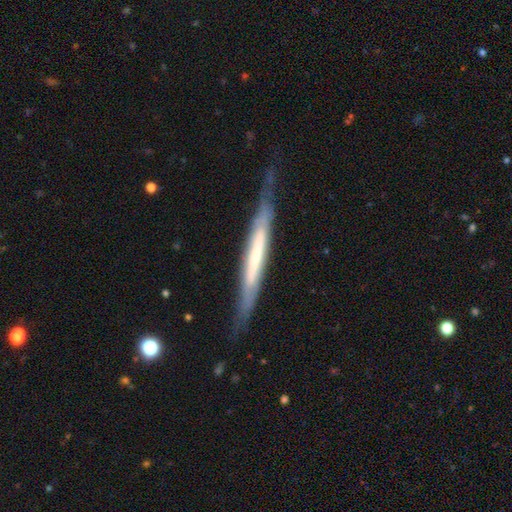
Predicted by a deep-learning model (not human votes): Overall: featured or disk (61%; smooth 33%). Edge-on disk: yes (87%). Edge-on bulge: none (70%). Merging: none (69%).